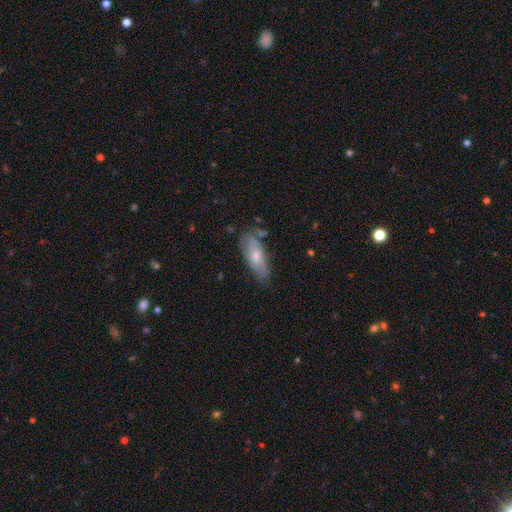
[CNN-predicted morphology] This is possibly a smooth galaxy (53%). How rounded: likely in between (69%). Merging: likely none (69%).